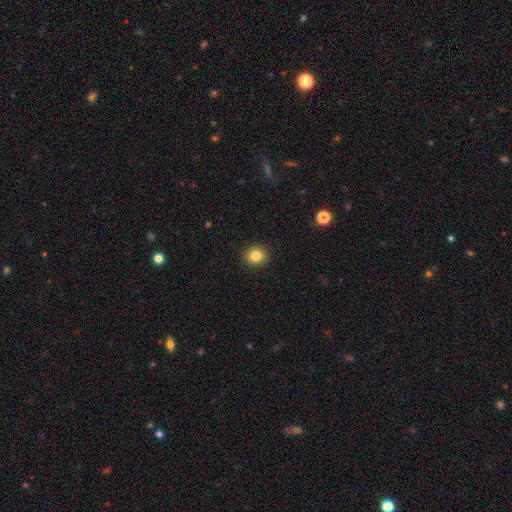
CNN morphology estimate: The model was most divided on "smooth or featured": smooth: 84%, star or artifact: 11%, featured or disk: 6%. More confident: merging — none (92%); how rounded — round (88%).